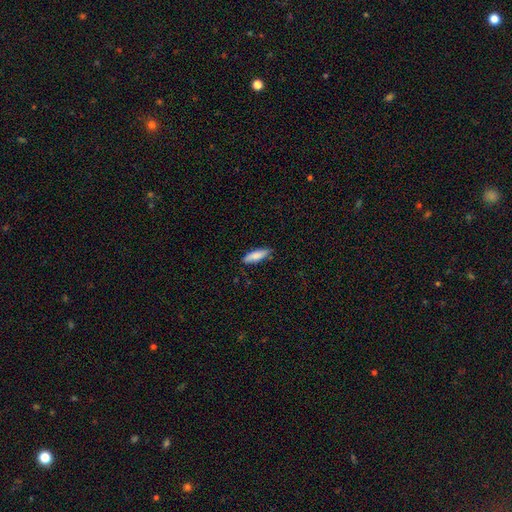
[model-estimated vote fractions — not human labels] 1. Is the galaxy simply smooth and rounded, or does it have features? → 82% smooth, 12% featured or disk, 6% star or artifact.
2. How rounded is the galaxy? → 54% cigar-shaped, 44% in between, 2% round.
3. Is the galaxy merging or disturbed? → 85% none, 12% minor disturbance, 2% major disturbance, 1% merger.